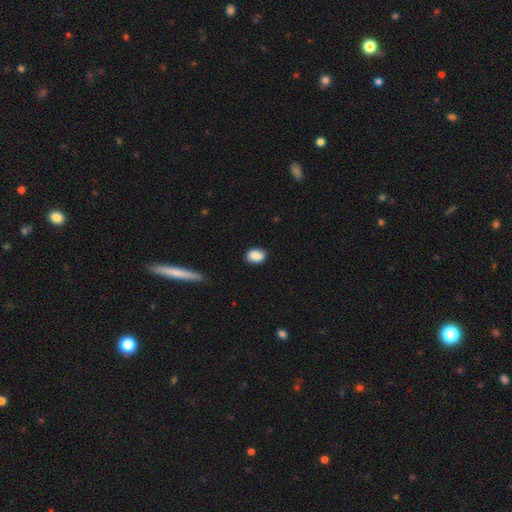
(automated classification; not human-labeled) The model was most divided on "how rounded": in between: 72%, round: 27%, cigar-shaped: 1%. More confident: smooth or featured — smooth (87%); merging — none (85%).